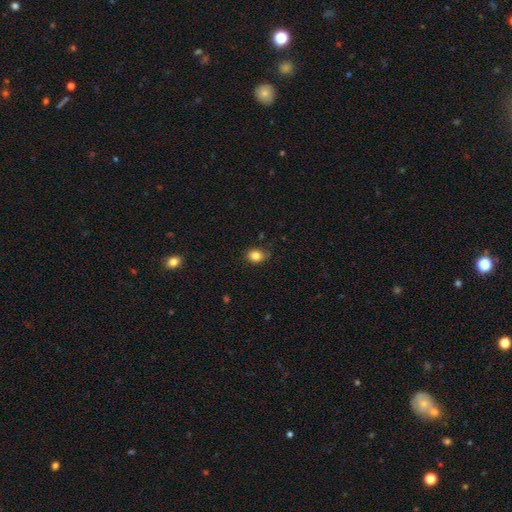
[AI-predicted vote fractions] This appears to be a smooth galaxy with no disk features (84%) that is round (50%). Merging: none (76%).